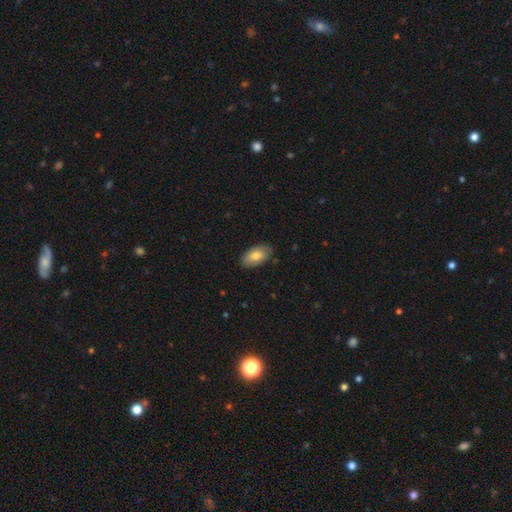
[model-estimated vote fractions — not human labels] Smooth or featured?
  - smooth: 77% *
  - featured or disk: 17%
  - star or artifact: 6%
How rounded?
  - in between: 94% *
  - round: 4%
  - cigar-shaped: 2%
Merging?
  - none: 83% *
  - minor disturbance: 14%
  - major disturbance: 2%
  - merger: 1%